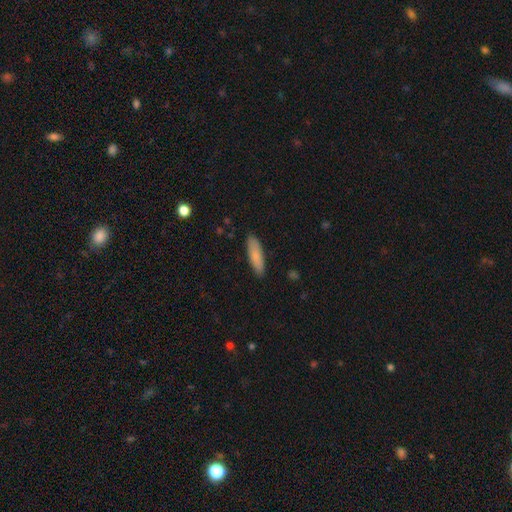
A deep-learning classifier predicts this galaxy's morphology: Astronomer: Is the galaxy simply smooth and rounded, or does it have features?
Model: smooth — 82%.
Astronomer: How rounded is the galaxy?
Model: cigar-shaped — 57% (runner-up: in between, 41%).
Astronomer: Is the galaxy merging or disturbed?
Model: none — 87%.